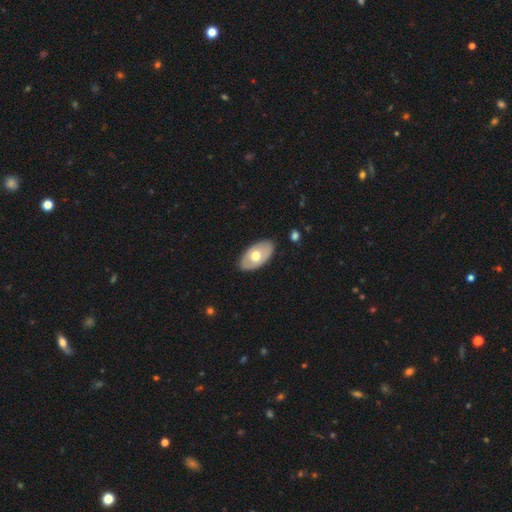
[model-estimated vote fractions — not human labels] A smooth galaxy with no disk features (51%) that is in between round and cigar-shaped (93%). Merging: none (85%).